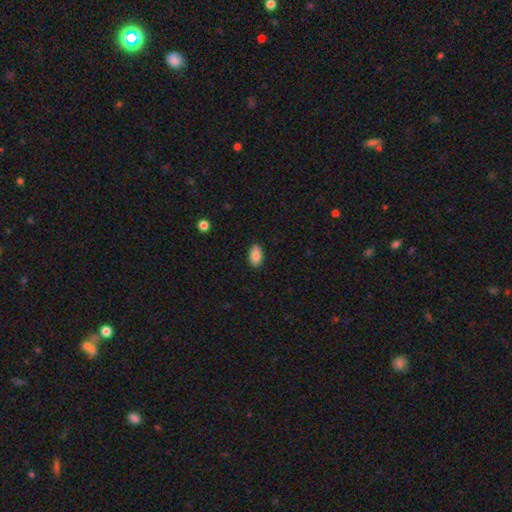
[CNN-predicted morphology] This appears to be a smooth galaxy with no disk features (85%) that is in between round and cigar-shaped (93%). Merging: none (89%).